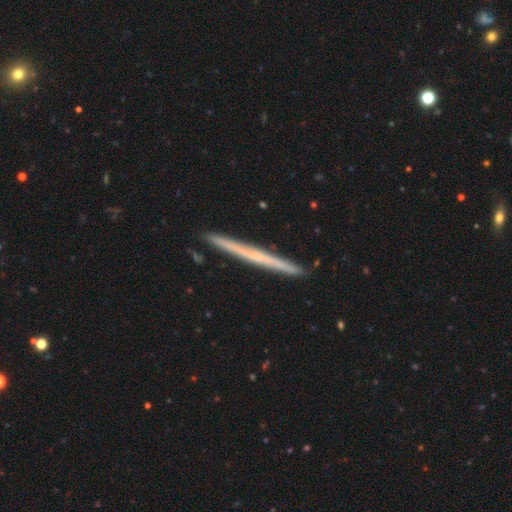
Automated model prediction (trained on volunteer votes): Smooth or featured?
  - featured or disk: 57% *
  - smooth: 37%
  - star or artifact: 6%
Edge-on disk?
  - yes: 98% *
  - no: 2%
Edge-on bulge?
  - none: 86% *
  - rounded: 11%
  - boxy: 3%
Merging?
  - none: 92% *
  - minor disturbance: 6%
  - merger: 1%
  - major disturbance: 1%